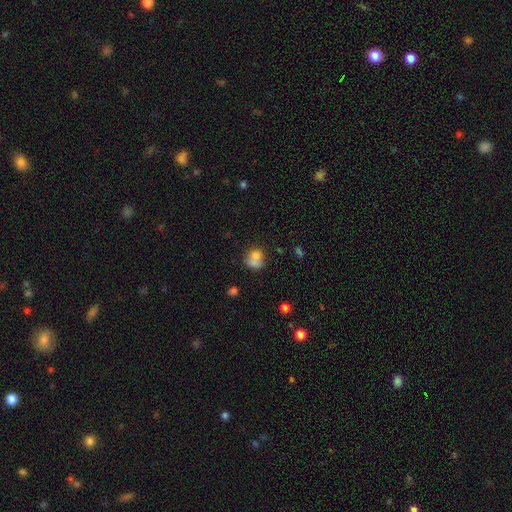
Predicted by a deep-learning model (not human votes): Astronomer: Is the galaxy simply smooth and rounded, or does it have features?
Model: smooth — 71%.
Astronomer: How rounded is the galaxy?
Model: round — 67%.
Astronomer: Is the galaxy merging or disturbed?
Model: merger — 51% (runner-up: none, 31%).